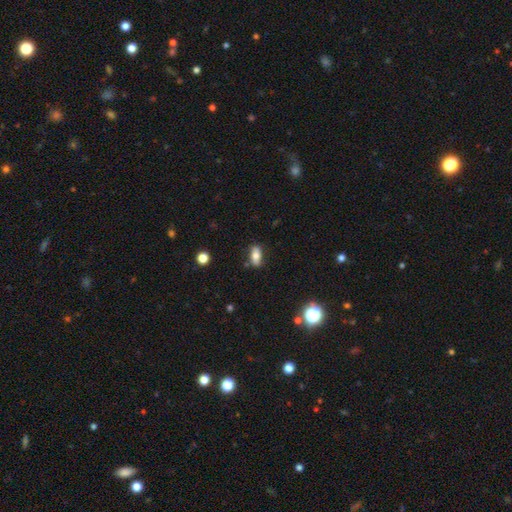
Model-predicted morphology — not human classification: smooth 71%, featured or disk 20%, star or artifact 9%. Down the decision tree: how rounded — in between (84%); merging — none (78%).